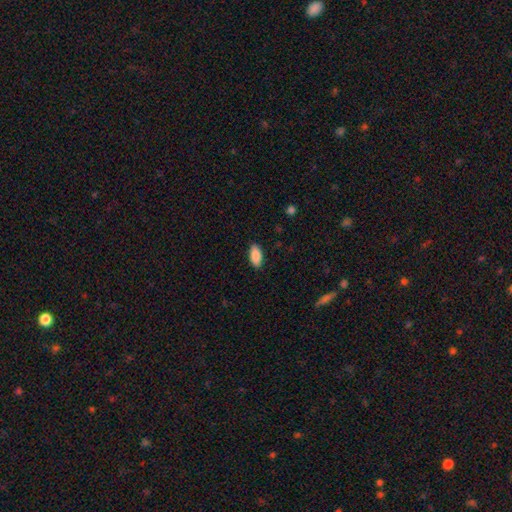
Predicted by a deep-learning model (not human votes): A smooth galaxy with no disk features (87%) that is in between round and cigar-shaped (91%).

Vote fractions:
- Smooth or featured? smooth: 87% / featured or disk: 7% / star or artifact: 6%
- How rounded? in between: 91% / cigar-shaped: 7% / round: 2%
- Merging? none: 88% / minor disturbance: 9% / major disturbance: 2% / merger: 1%